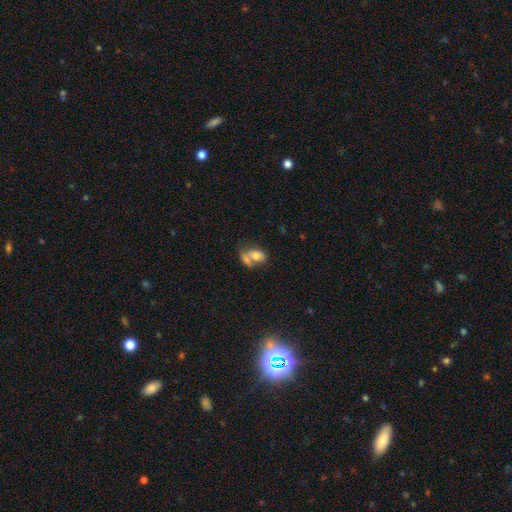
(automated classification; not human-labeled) Q: Smooth or featured?
A: smooth (72%); runner-up: featured or disk (20%)
Q: How rounded?
A: in between (81%); runner-up: round (17%)
Q: Merging?
A: merger (56%); runner-up: none (24%)